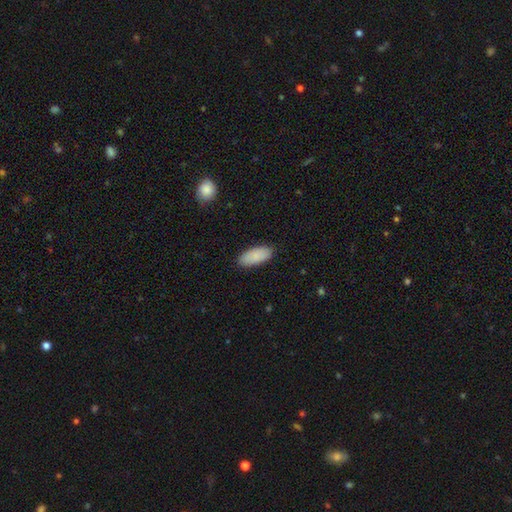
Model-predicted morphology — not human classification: Smooth or featured: smooth — 89% (star or artifact — 6%)
How rounded: in between — 87% (cigar-shaped — 11%)
Merging: none — 88% (minor disturbance — 9%)